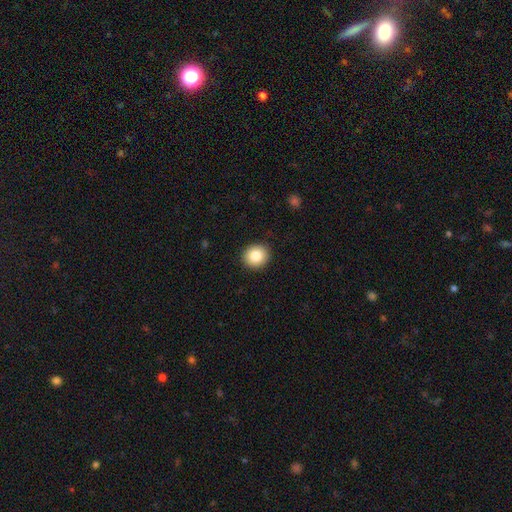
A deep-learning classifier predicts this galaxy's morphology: Q: Smooth or featured?
A: smooth (83%); runner-up: star or artifact (9%)
Q: How rounded?
A: round (85%); runner-up: in between (14%)
Q: Merging?
A: none (92%); runner-up: minor disturbance (6%)